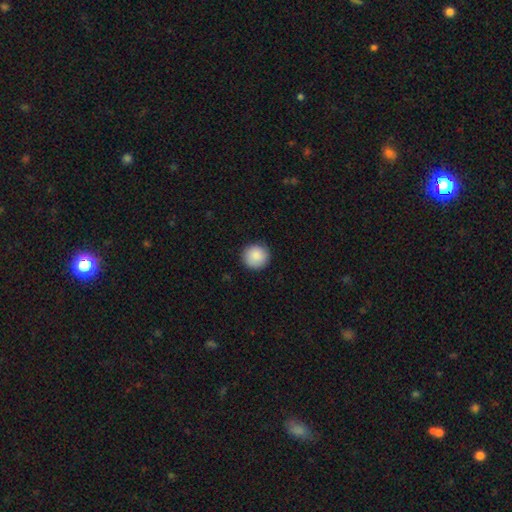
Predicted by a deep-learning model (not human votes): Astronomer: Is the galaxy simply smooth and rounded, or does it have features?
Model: smooth — 88%.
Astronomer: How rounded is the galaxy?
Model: round — 95%.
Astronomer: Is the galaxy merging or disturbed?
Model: none — 90%.